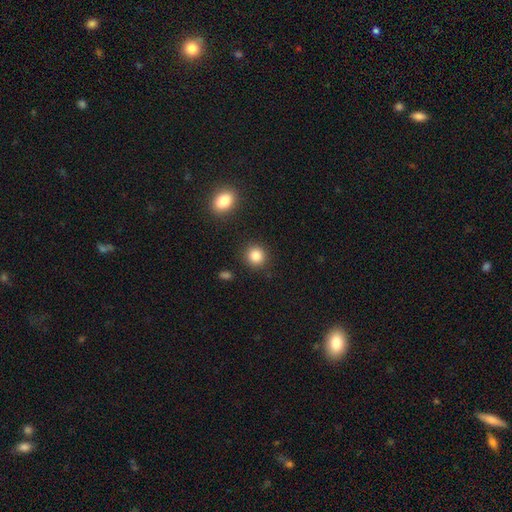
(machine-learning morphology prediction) This appears to be a smooth galaxy with no disk features (85%) that is round (89%). Merging: none (89%).